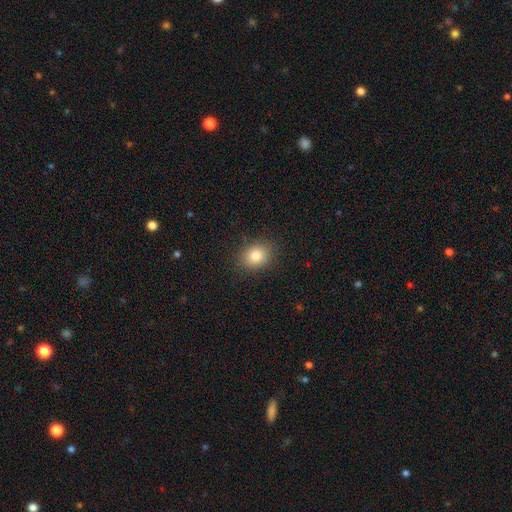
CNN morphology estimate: This appears to be a smooth galaxy with no disk features (83%) that is in between round and cigar-shaped (54%). Merging: none (87%).